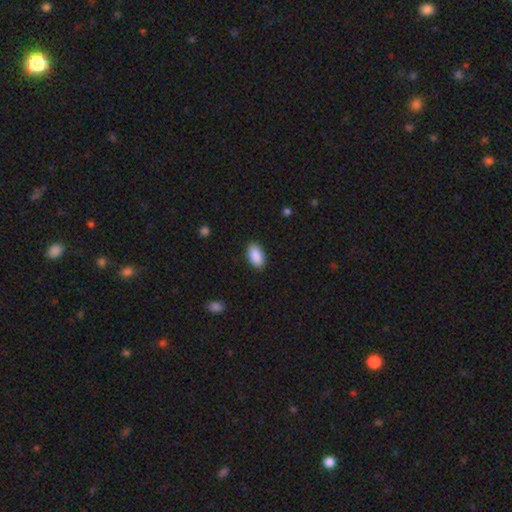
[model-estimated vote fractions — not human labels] This appears to be a smooth galaxy with no disk features (91%) that is in between round and cigar-shaped (95%). Merging: none (89%).